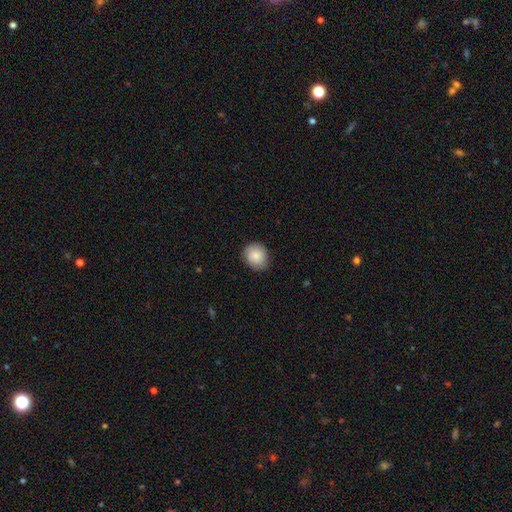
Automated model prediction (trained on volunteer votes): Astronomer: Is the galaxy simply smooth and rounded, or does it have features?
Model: smooth — 84%.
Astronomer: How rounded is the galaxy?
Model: round — 68%.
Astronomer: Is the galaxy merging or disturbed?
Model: none — 84%.